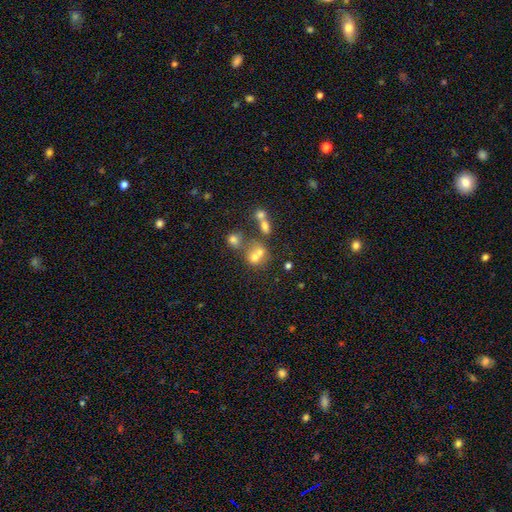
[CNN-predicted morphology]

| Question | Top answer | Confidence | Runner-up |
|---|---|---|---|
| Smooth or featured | smooth | 58% | featured or disk (22%) |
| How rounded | round | 69% | in between (29%) |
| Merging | merger | 48% | none (37%) |